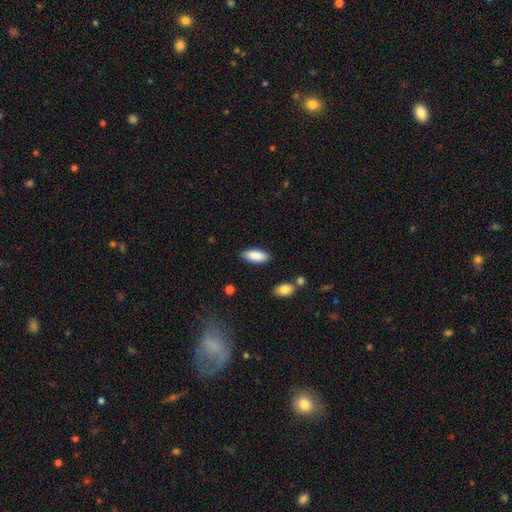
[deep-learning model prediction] smooth_or_featured: smooth (p=0.89) [alt: star or artifact p=0.06]
how_rounded: in between (p=0.79) [alt: cigar-shaped p=0.20]
merging: none (p=0.85) [alt: minor disturbance p=0.11]